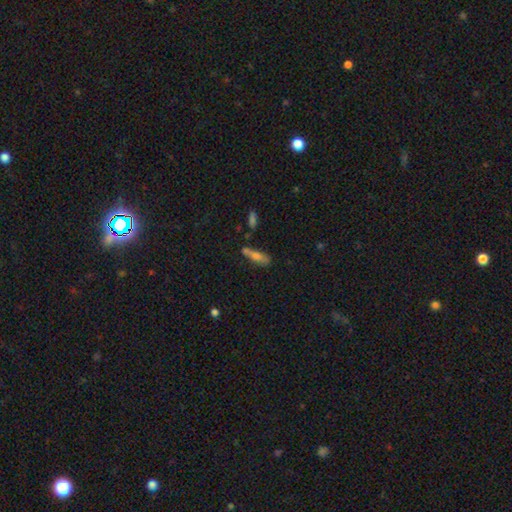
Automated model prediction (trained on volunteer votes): Smooth or featured: smooth — 62% (featured or disk — 28%)
How rounded: cigar-shaped — 61% (in between — 36%)
Merging: none — 57% (minor disturbance — 20%)